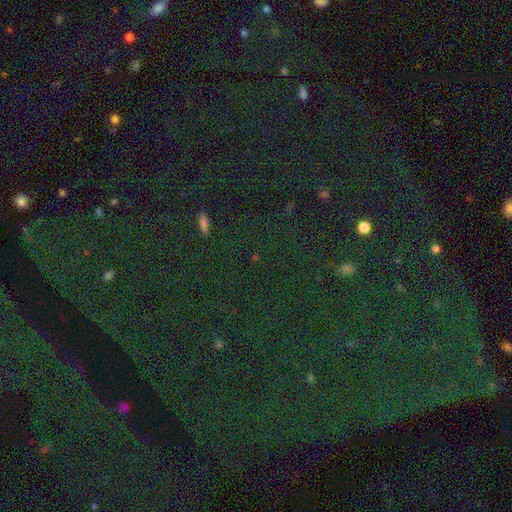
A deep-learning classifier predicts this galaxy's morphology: A star or artifact, not a galaxy (82%).

Vote fractions:
- Smooth or featured? star or artifact: 82% / smooth: 9% / featured or disk: 8%